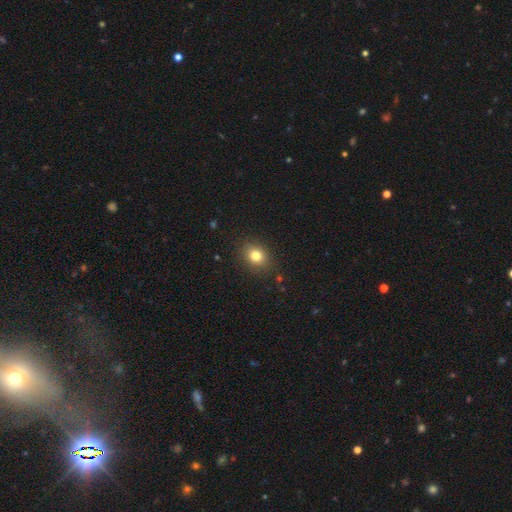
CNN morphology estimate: This appears to be a smooth galaxy with no disk features (80%) that is round (57%). Merging: none (86%).